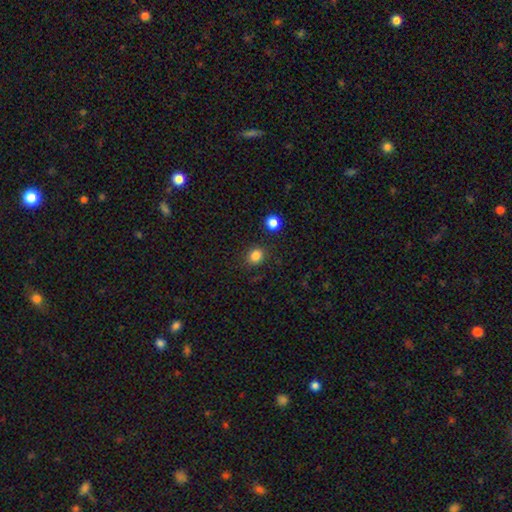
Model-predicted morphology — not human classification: Smooth or featured? smooth (84%)
How rounded? round (70%)
Merging? none (85%)